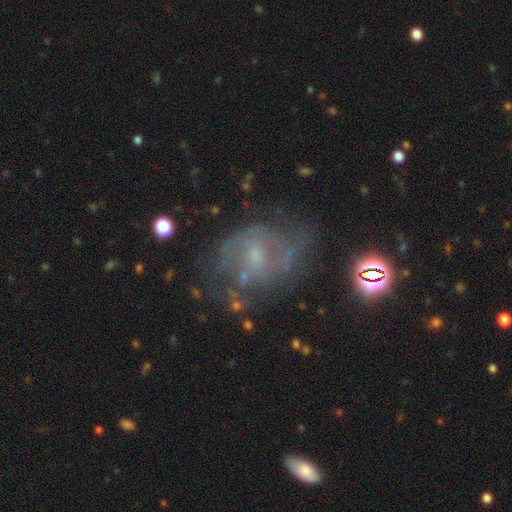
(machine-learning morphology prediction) Smooth or featured? featured or disk (71%)
Edge-on disk? no (97%)
Bar? no (49%)
Spiral arms? yes (78%)
Spiral winding? medium (47%)
Spiral arm count? 2 (55%)
Bulge size? small (48%)
Merging? none (56%)